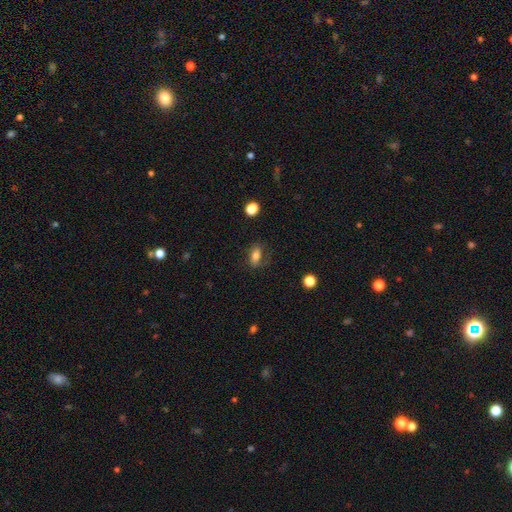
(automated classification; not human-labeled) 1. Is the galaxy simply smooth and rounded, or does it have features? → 78% smooth, 12% featured or disk, 10% star or artifact.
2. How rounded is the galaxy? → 82% in between, 10% round, 8% cigar-shaped.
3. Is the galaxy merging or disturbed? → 74% none, 18% minor disturbance, 6% major disturbance, 2% merger.